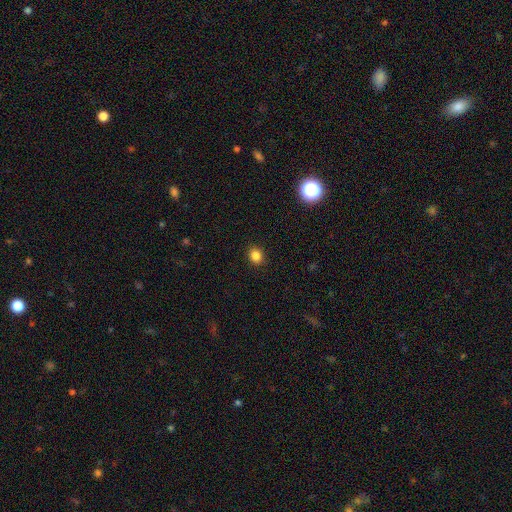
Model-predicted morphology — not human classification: Smooth or featured? smooth (84%)
How rounded? round (79%)
Merging? none (91%)